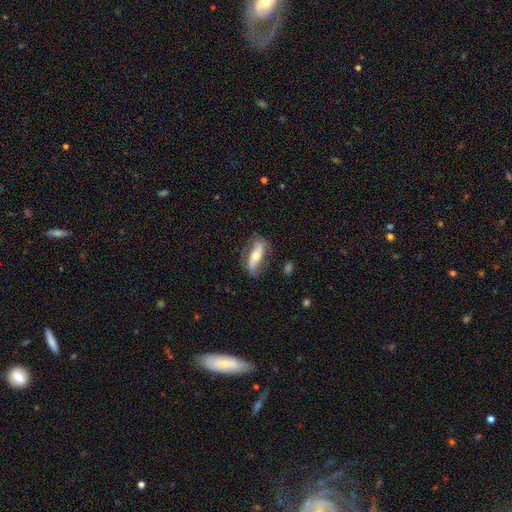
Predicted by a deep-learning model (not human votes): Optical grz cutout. It shows a featured or disk galaxy (56%). Merging: none (74%).